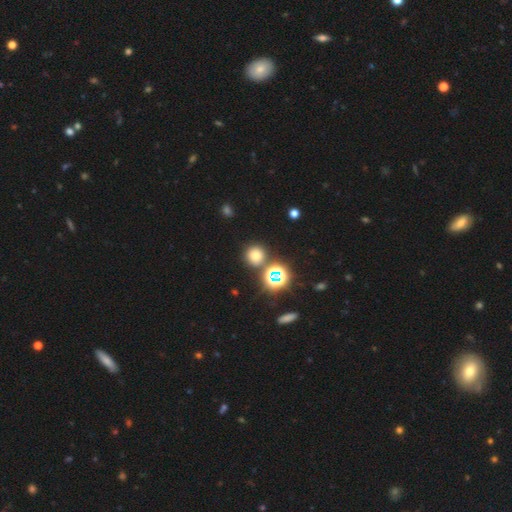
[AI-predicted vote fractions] Smooth or featured: smooth — 64% (star or artifact — 28%)
How rounded: round — 91% (in between — 8%)
Merging: none — 79% (merger — 9%)